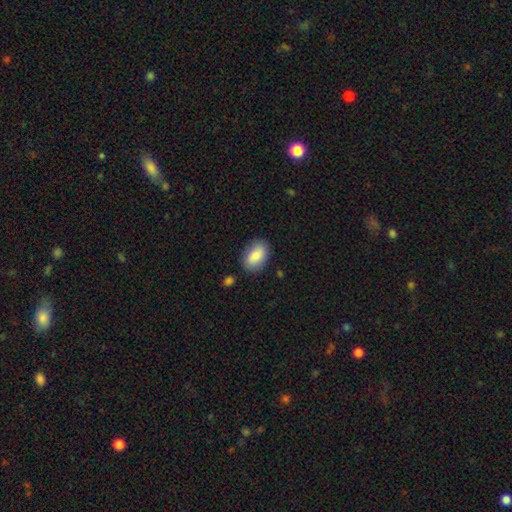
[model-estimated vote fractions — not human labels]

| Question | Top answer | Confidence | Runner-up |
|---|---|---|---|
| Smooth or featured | smooth | 85% | featured or disk (9%) |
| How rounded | in between | 90% | round (8%) |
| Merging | none | 82% | minor disturbance (12%) |